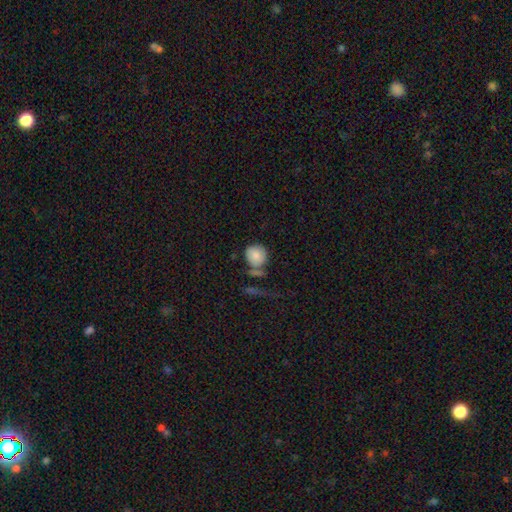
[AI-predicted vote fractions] smooth-or-featured: smooth: 80% | featured or disk: 12% | star or artifact: 8%
  how-rounded: round: 81% | in between: 18% | cigar-shaped: 1%
  merging: none: 54% | minor disturbance: 20% | merger: 17% | major disturbance: 10%